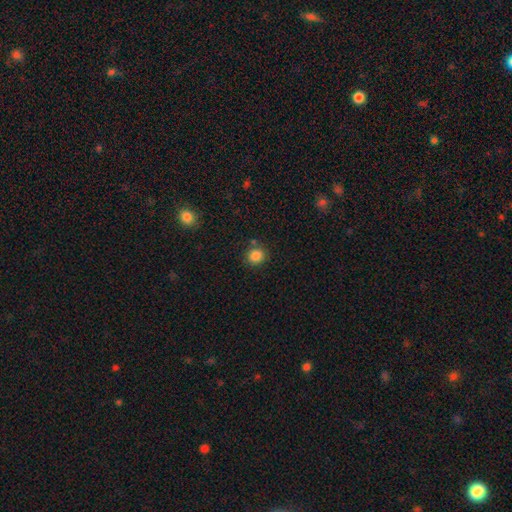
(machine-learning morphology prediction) smooth-or-featured: smooth: 86% | star or artifact: 11% | featured or disk: 4%
  how-rounded: round: 85% | in between: 14% | cigar-shaped: 1%
  merging: none: 81% | minor disturbance: 10% | merger: 6% | major disturbance: 3%